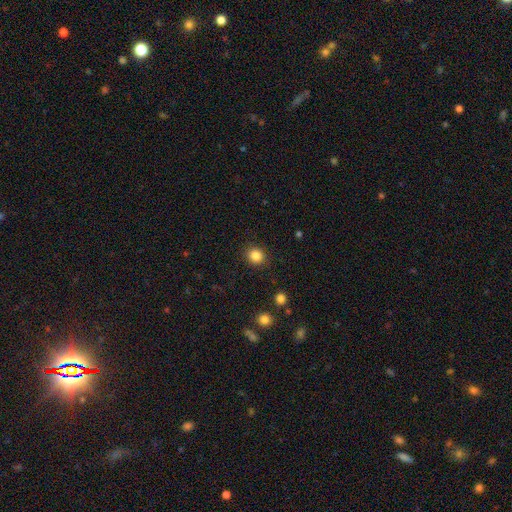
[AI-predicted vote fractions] Q: Smooth or featured?
A: smooth (85%); runner-up: star or artifact (11%)
Q: How rounded?
A: round (84%); runner-up: in between (15%)
Q: Merging?
A: none (90%); runner-up: minor disturbance (7%)